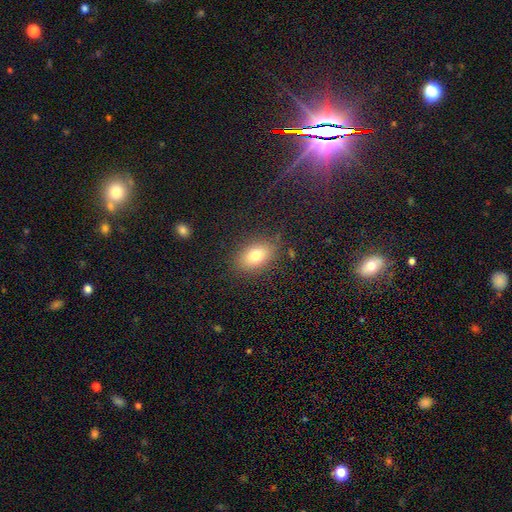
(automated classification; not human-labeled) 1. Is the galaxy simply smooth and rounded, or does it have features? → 77% smooth, 12% featured or disk, 11% star or artifact.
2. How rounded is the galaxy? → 82% in between, 15% round, 2% cigar-shaped.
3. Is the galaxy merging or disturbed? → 83% none, 11% minor disturbance, 4% major disturbance, 2% merger.